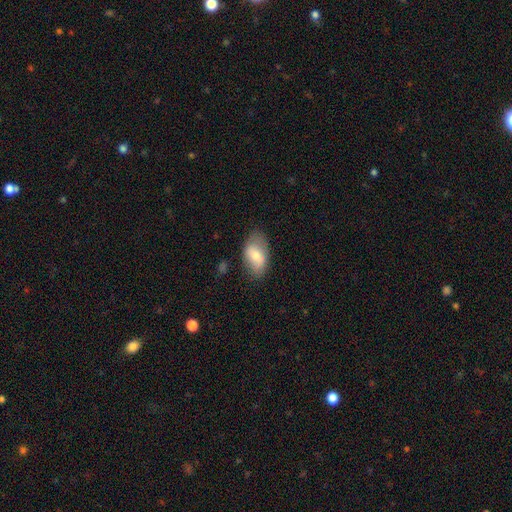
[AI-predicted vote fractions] This appears to be a smooth galaxy with no disk features (69%) that is in between round and cigar-shaped (92%). Merging: none (73%).